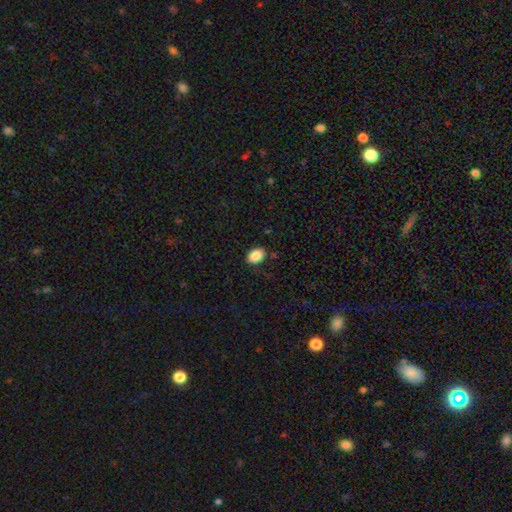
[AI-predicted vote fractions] smooth-or-featured: smooth: 87% | star or artifact: 8% | featured or disk: 5%
  how-rounded: in between: 81% | round: 18% | cigar-shaped: 1%
  merging: none: 85% | minor disturbance: 11% | major disturbance: 2% | merger: 2%